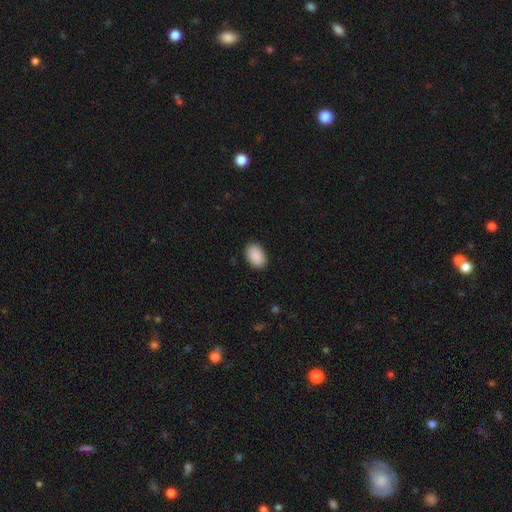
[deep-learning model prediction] Smooth or featured? Predicted: smooth (p=0.91). How rounded? Predicted: in between (p=0.88). Merging? Predicted: none (p=0.88).